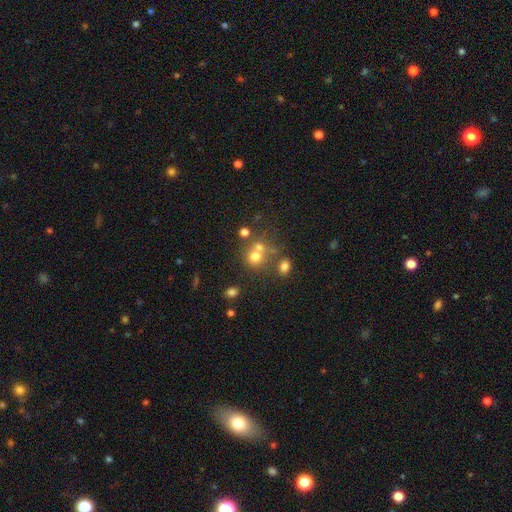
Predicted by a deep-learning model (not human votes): Smooth or featured: smooth — 65% (star or artifact — 19%)
How rounded: round — 80% (in between — 19%)
Merging: none — 44% (merger — 40%)